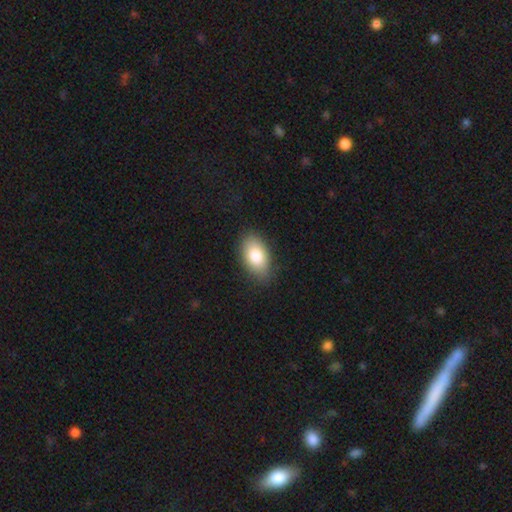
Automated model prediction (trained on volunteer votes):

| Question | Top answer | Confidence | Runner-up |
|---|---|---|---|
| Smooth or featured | smooth | 82% | featured or disk (11%) |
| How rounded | in between | 92% | round (6%) |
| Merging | none | 82% | minor disturbance (14%) |